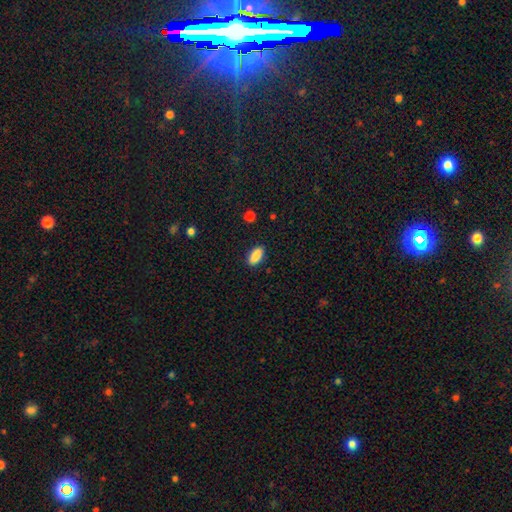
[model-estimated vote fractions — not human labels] Overall: smooth (88%). How rounded: in between (84%). Merging: none (88%).